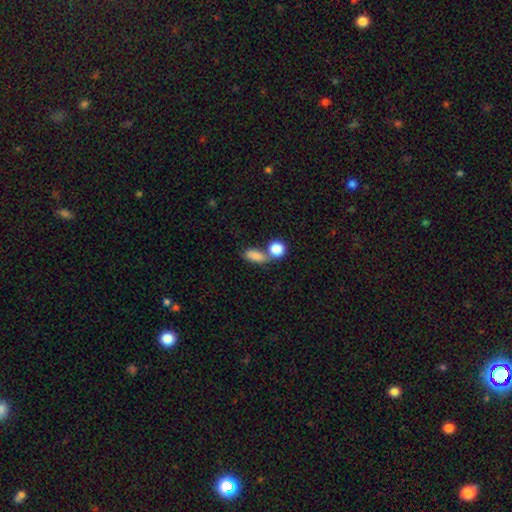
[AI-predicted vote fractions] This appears to be a smooth galaxy with no disk features (83%) that is in between round and cigar-shaped (73%). Merging: none (45%).